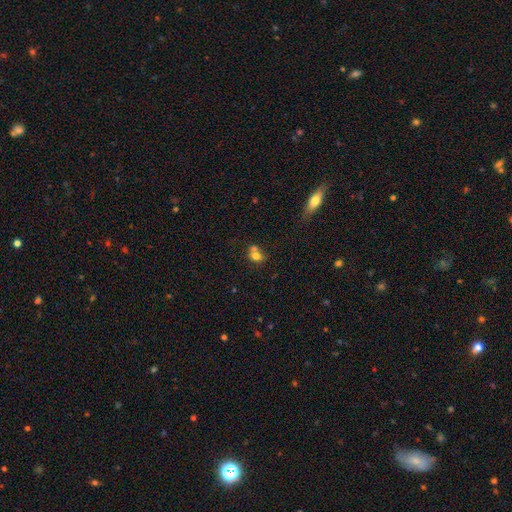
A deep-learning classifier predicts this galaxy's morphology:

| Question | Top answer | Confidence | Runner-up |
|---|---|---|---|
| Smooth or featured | smooth | 72% | featured or disk (15%) |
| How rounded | round | 58% | in between (40%) |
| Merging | merger | 48% | none (38%) |